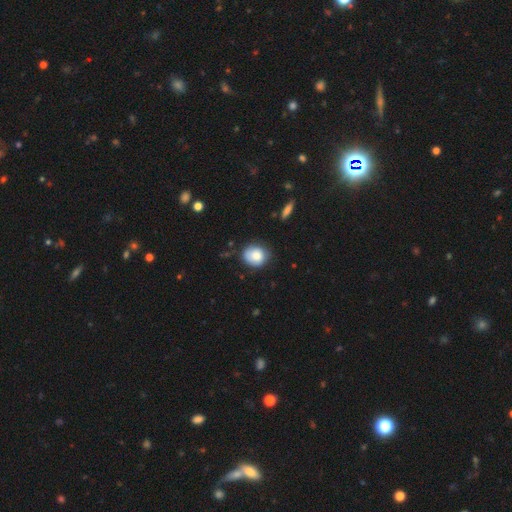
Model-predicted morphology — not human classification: smooth_or_featured: smooth (p=0.81) [alt: featured or disk p=0.11]
how_rounded: round (p=0.74) [alt: in between p=0.25]
merging: none (p=0.71) [alt: minor disturbance p=0.22]